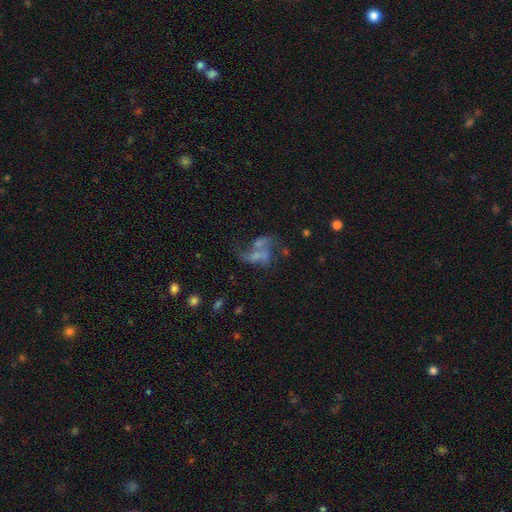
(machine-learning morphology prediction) A featured or disk galaxy (50%).

Vote fractions:
- Smooth or featured? featured or disk: 50% / smooth: 29% / star or artifact: 21%
- Edge-on disk? no: 95% / yes: 5%
- Merging? merger: 33% / major disturbance: 30% / none: 25% / minor disturbance: 12%